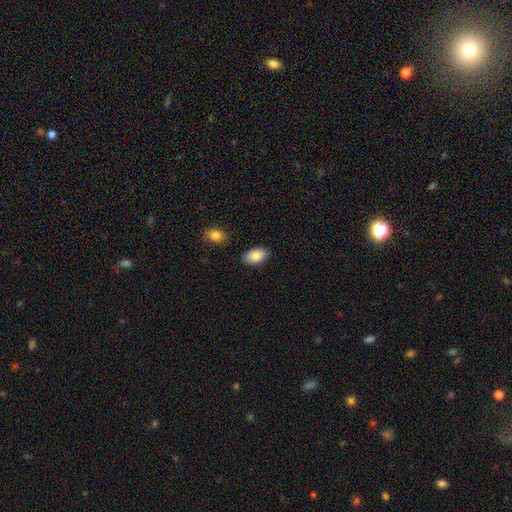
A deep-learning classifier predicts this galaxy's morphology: A smooth galaxy with no disk features (88%) that is in between round and cigar-shaped (93%). Merging: none (86%).